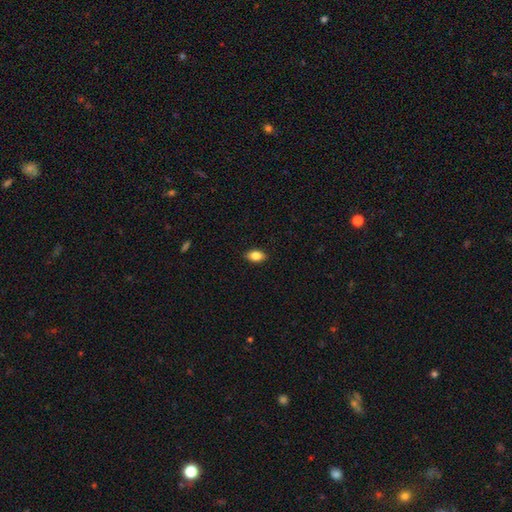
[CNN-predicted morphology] smooth-or-featured: smooth: 85% | star or artifact: 8% | featured or disk: 7%
  how-rounded: in between: 89% | round: 8% | cigar-shaped: 3%
  merging: none: 89% | minor disturbance: 8% | major disturbance: 2% | merger: 1%